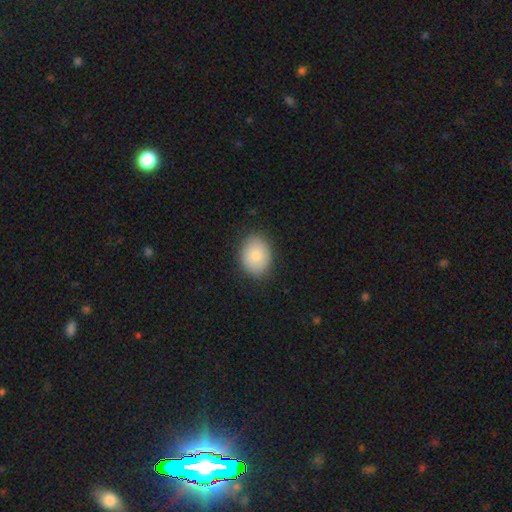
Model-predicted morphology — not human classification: Smooth or featured? smooth (82%)
How rounded? in between (55%)
Merging? none (86%)